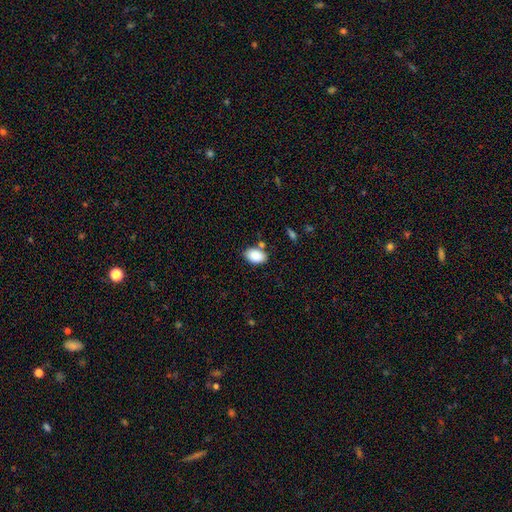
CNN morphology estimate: This appears to be a smooth galaxy with no disk features (88%) that is in between round and cigar-shaped (88%). Merging: none (73%).